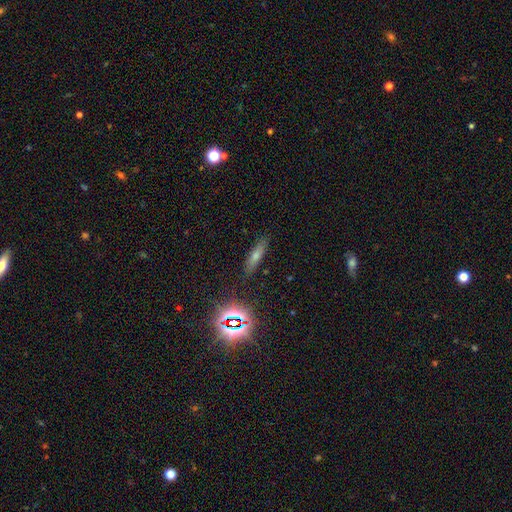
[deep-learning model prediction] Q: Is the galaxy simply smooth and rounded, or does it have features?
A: smooth — 45%.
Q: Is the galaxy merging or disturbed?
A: none — 87%.